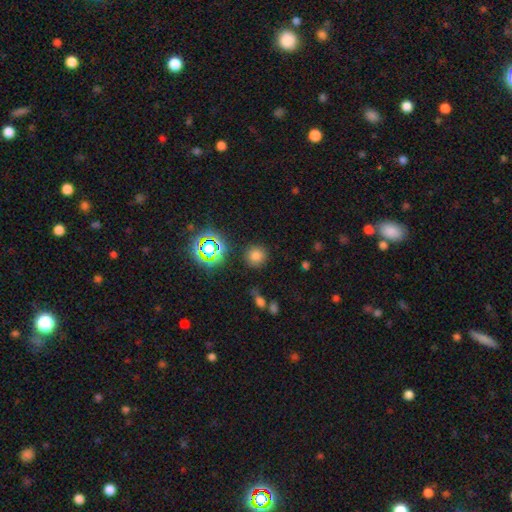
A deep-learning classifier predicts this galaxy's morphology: Smooth or featured: smooth — 73% (star or artifact — 20%)
How rounded: round — 92% (in between — 7%)
Merging: none — 85% (minor disturbance — 9%)